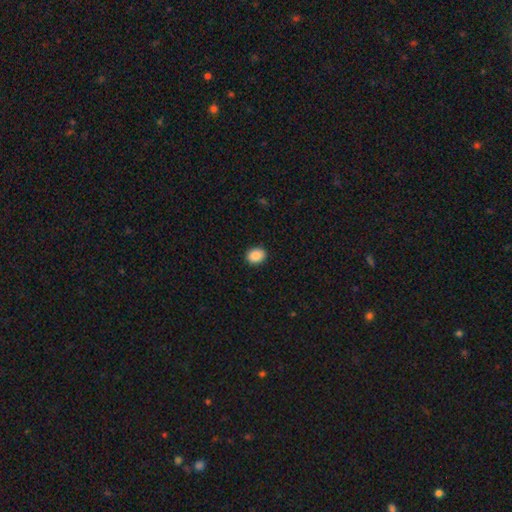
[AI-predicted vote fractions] Overall: smooth (90%). How rounded: in between (52%; round 47%). Merging: none (91%).